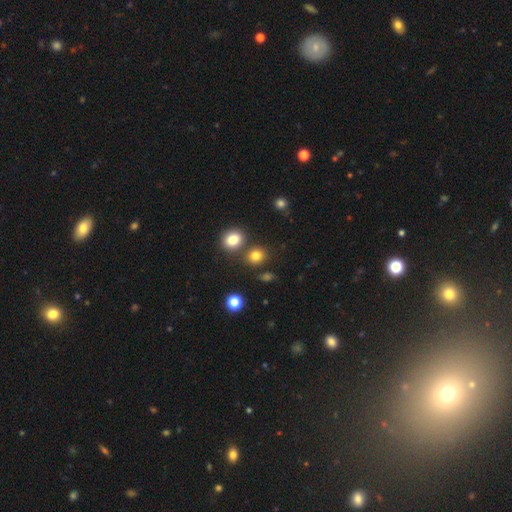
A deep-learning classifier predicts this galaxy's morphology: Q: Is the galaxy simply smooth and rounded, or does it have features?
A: smooth — 79%.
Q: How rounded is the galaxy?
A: round — 76%.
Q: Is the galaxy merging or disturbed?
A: none — 75%.